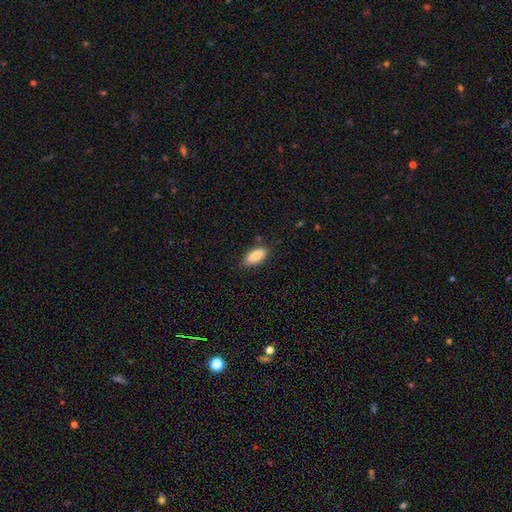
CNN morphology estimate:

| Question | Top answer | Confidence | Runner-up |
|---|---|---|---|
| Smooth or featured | smooth | 86% | featured or disk (8%) |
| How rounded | in between | 87% | cigar-shaped (11%) |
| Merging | none | 84% | minor disturbance (12%) |